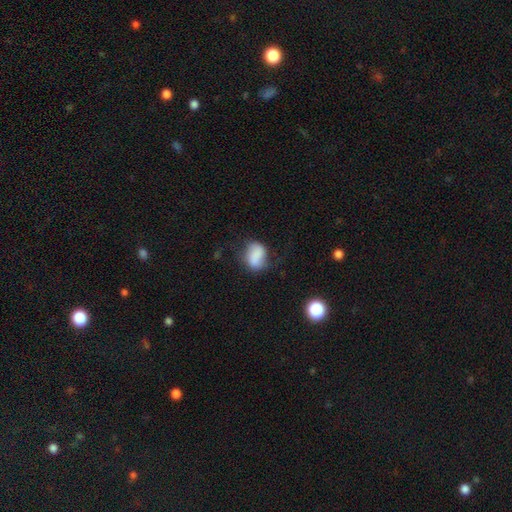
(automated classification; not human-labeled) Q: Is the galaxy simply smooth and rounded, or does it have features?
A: smooth — 74%.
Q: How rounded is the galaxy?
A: in between — 77%.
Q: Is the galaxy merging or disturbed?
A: none — 50%.